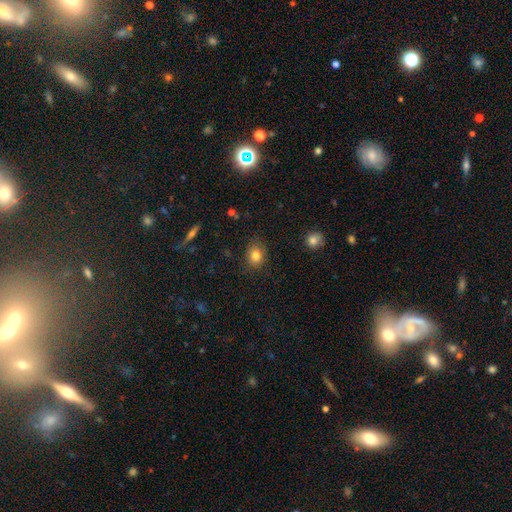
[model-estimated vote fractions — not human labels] A smooth galaxy with no disk features (82%) that is round (55%).

Vote fractions:
- Smooth or featured? smooth: 82% / star or artifact: 10% / featured or disk: 8%
- How rounded? round: 55% / in between: 44% / cigar-shaped: 1%
- Merging? none: 82% / minor disturbance: 13% / major disturbance: 3% / merger: 1%